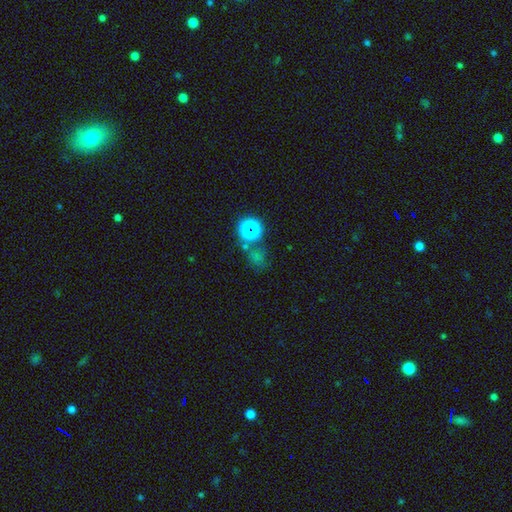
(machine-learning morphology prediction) Q: Smooth or featured?
A: star or artifact (50%); runner-up: smooth (41%)